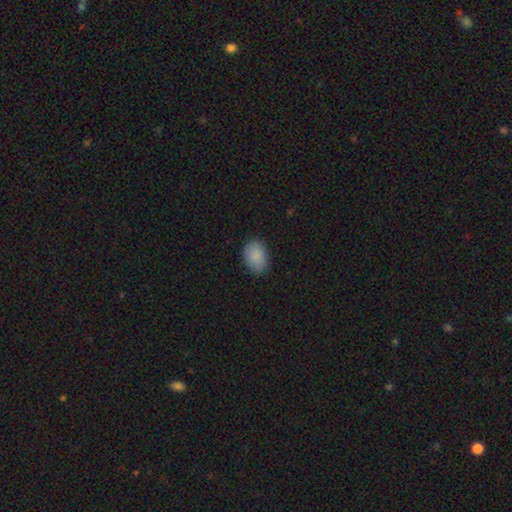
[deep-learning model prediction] smooth-or-featured: smooth: 88% | star or artifact: 7% | featured or disk: 5%
  how-rounded: in between: 78% | round: 21% | cigar-shaped: 1%
  merging: none: 82% | minor disturbance: 14% | major disturbance: 3% | merger: 1%